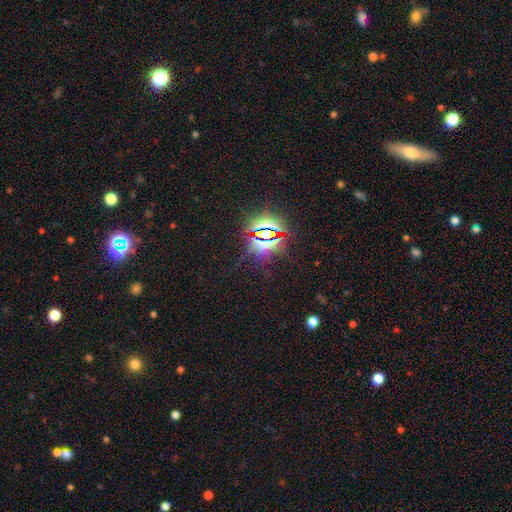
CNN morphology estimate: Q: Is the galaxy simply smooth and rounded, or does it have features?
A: star or artifact — 82%.